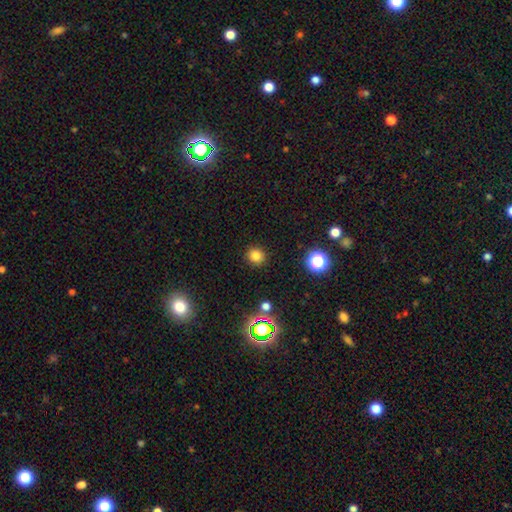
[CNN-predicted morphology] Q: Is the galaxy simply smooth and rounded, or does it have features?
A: smooth — 80%.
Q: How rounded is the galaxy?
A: round — 89%.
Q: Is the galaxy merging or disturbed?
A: none — 90%.